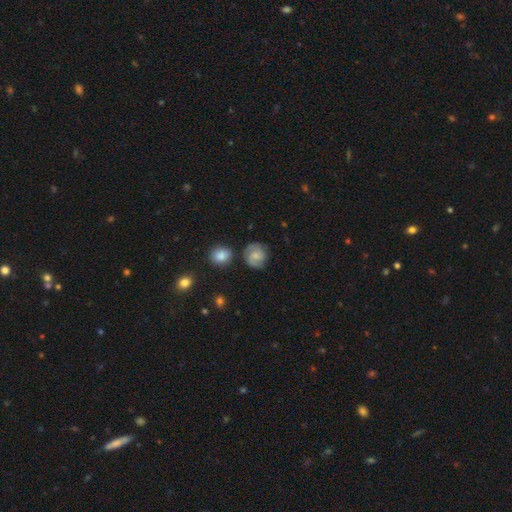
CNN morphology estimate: Smooth or featured: smooth — 48% (featured or disk — 44%)
Merging: none — 73% (minor disturbance — 17%)